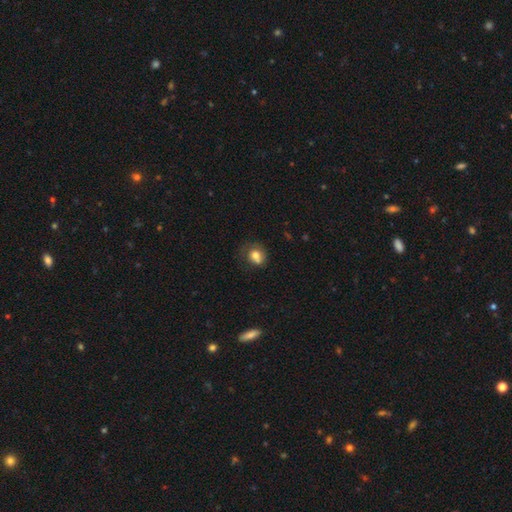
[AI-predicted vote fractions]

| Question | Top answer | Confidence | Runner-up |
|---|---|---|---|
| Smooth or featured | smooth | 73% | featured or disk (17%) |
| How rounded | round | 69% | in between (30%) |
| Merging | none | 47% | minor disturbance (26%) |